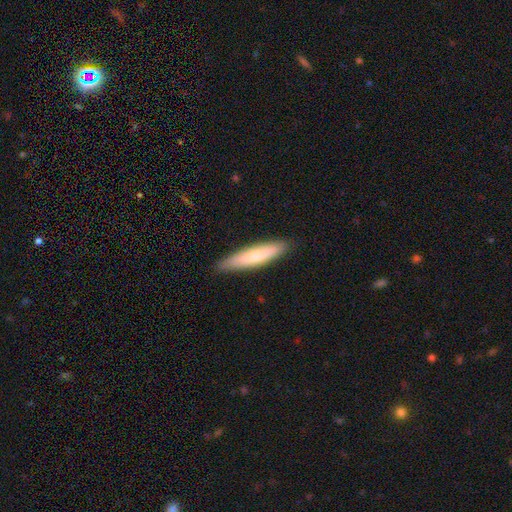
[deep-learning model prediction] A smooth galaxy with no disk features (69%) that is cigar-shaped (84%). Merging: none (88%).